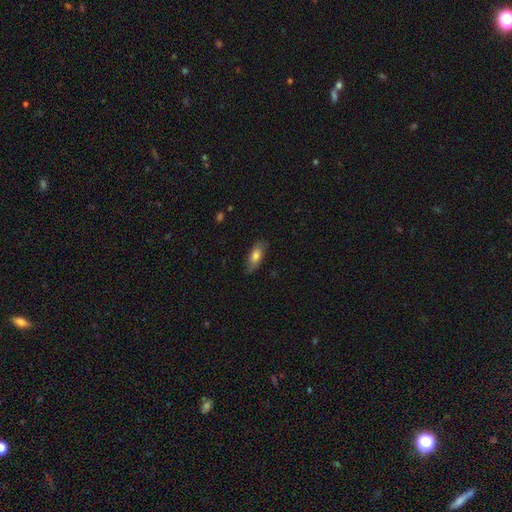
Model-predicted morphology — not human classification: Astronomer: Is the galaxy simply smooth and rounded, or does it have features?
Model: smooth — 74%.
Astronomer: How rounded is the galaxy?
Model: in between — 77%.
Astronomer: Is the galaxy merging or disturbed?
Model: none — 79%.